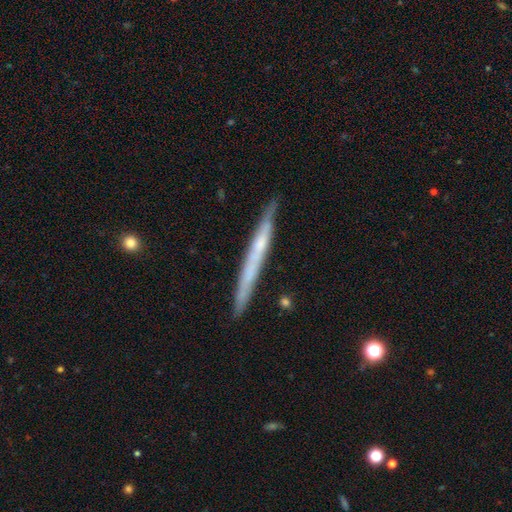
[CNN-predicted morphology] smooth-or-featured: featured or disk: 59% | smooth: 34% | star or artifact: 6%
  disk-edge-on: yes: 95% | no: 5%
    edge-on-bulge: none: 74% | rounded: 21% | boxy: 5%
  merging: none: 85% | minor disturbance: 11% | major disturbance: 2% | merger: 2%